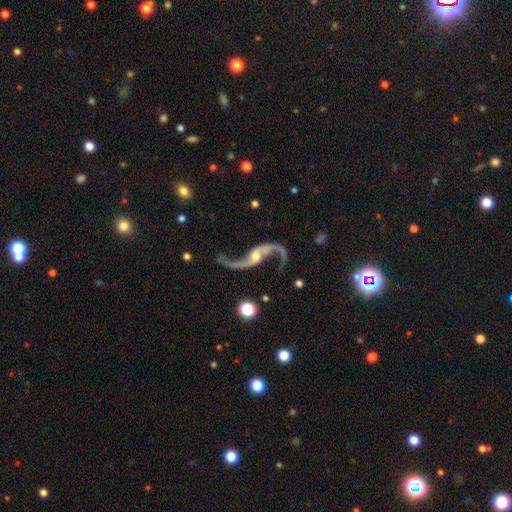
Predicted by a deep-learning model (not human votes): smooth_or_featured: featured or disk (p=0.92) [alt: star or artifact p=0.05]
disk_edge_on: no (p=0.94) [alt: yes p=0.06]
bar: no (p=0.48) [alt: weak p=0.33]
has_spiral_arms: yes (p=0.98) [alt: no p=0.02]
spiral_winding: loose (p=0.91) [alt: medium p=0.06]
spiral_arm_count: 2 (p=0.95) [alt: 1 p=0.01]
bulge_size: moderate (p=0.46) [alt: small p=0.40]
merging: none (p=0.76) [alt: minor disturbance p=0.13]